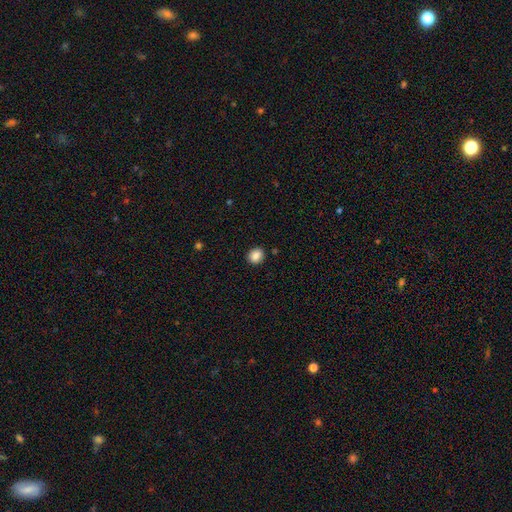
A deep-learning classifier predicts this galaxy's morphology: This appears to be a smooth galaxy with no disk features (87%) that is round (73%). Merging: none (90%).